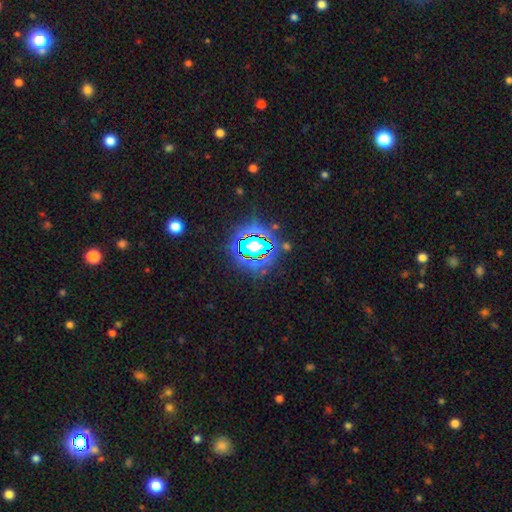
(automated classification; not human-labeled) Morphology: type=star or artifact (84%).